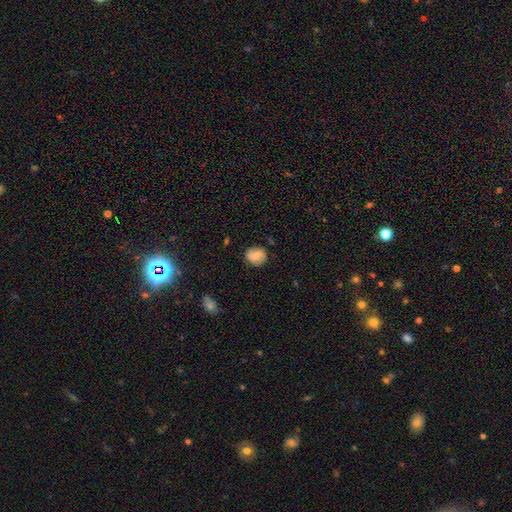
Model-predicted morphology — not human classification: smooth-or-featured: smooth: 63% | featured or disk: 29% | star or artifact: 8%
  how-rounded: round: 69% | in between: 29% | cigar-shaped: 1%
  merging: none: 79% | minor disturbance: 16% | major disturbance: 4% | merger: 2%